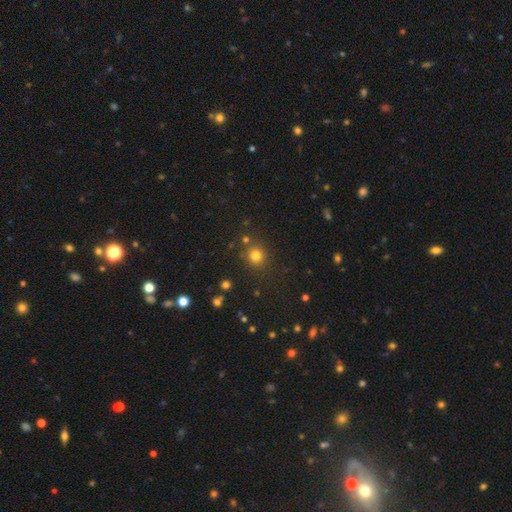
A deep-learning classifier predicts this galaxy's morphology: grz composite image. It shows a smooth galaxy with no disk features (79%) that is round (90%). Merging: none (83%).